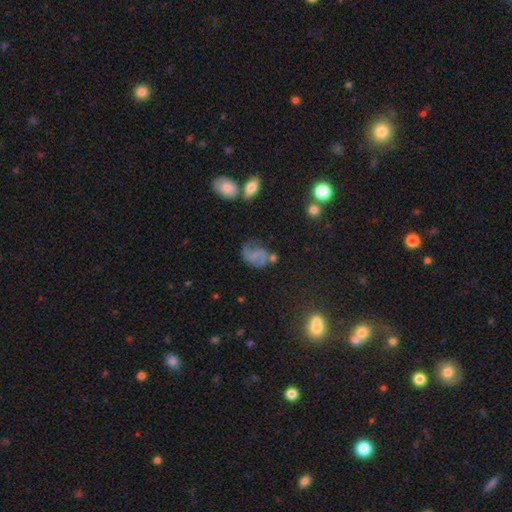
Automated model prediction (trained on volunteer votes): A featured or disk galaxy (67%) with no bar (46%), 2 (86%) loose (52%) spiral arms (87%) and no central bulge (63%). Merging: none (53%).